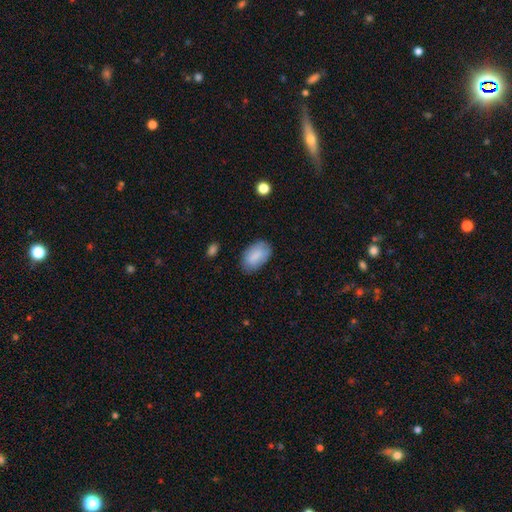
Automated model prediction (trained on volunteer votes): Smooth or featured? Predicted: smooth (p=0.84). How rounded? Predicted: in between (p=0.93). Merging? Predicted: none (p=0.76).